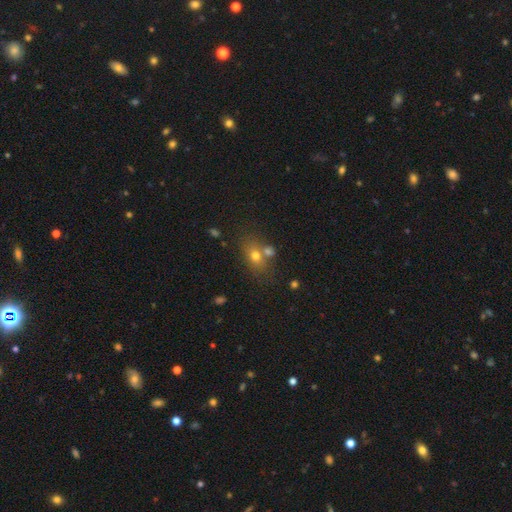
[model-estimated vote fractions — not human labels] Smooth or featured?
  - smooth: 69% *
  - featured or disk: 17%
  - star or artifact: 13%
How rounded?
  - in between: 63% *
  - round: 34%
  - cigar-shaped: 3%
Merging?
  - none: 51% *
  - merger: 30%
  - minor disturbance: 13%
  - major disturbance: 6%